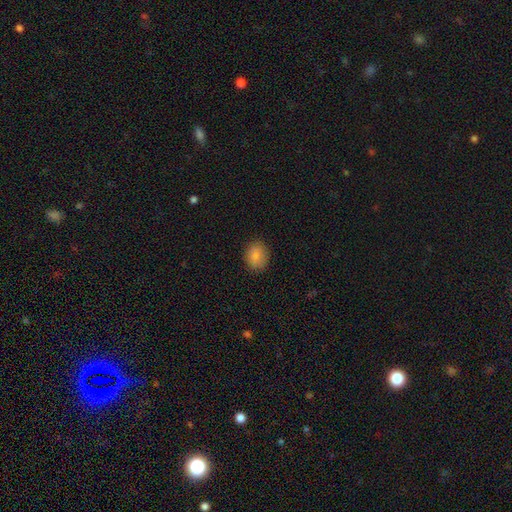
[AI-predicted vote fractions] smooth 85%, star or artifact 9%, featured or disk 6%. Down the decision tree: how rounded — round (51%); merging — none (86%).